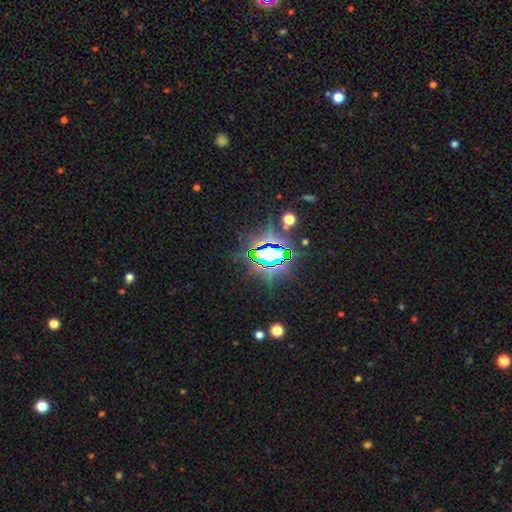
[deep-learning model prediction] Smooth or featured? Predicted: star or artifact (p=0.78).